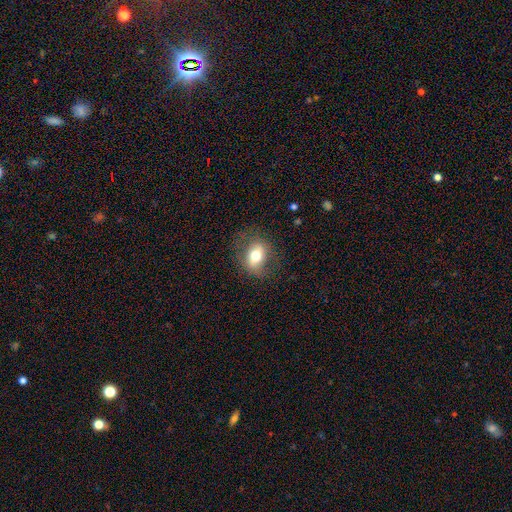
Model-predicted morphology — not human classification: Smooth or featured: smooth — 59% (featured or disk — 32%)
How rounded: in between — 69% (round — 29%)
Merging: none — 73% (minor disturbance — 17%)